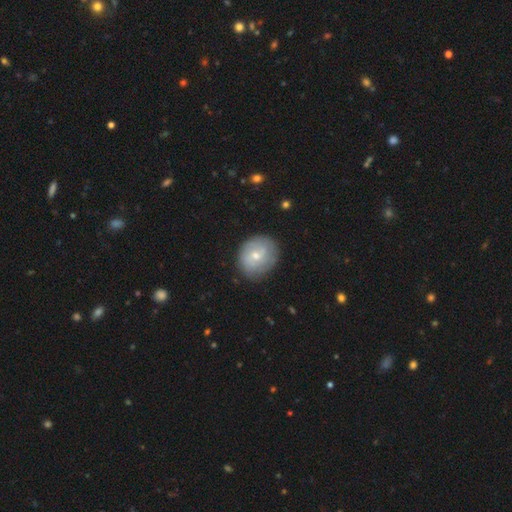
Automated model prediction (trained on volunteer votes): Smooth or featured: featured or disk — 47% (tied with smooth — 47%)
Merging: none — 79% (minor disturbance — 15%)